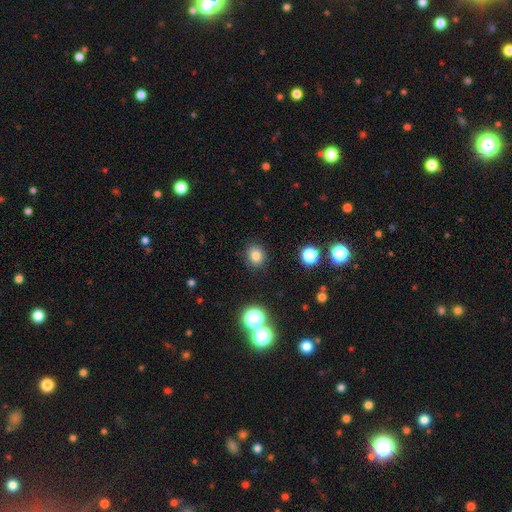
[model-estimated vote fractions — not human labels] smooth-or-featured: smooth: 80% | star or artifact: 14% | featured or disk: 6%
  how-rounded: round: 79% | in between: 20% | cigar-shaped: 1%
  merging: none: 88% | minor disturbance: 8% | major disturbance: 2% | merger: 1%